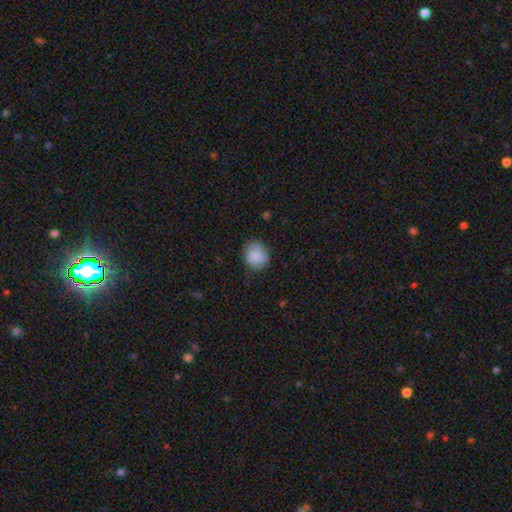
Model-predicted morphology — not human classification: A smooth galaxy with no disk features (88%) that is round (78%).

Vote fractions:
- Smooth or featured? smooth: 88% / star or artifact: 7% / featured or disk: 5%
- How rounded? round: 78% / in between: 21% / cigar-shaped: 1%
- Merging? none: 76% / minor disturbance: 19% / major disturbance: 4% / merger: 1%